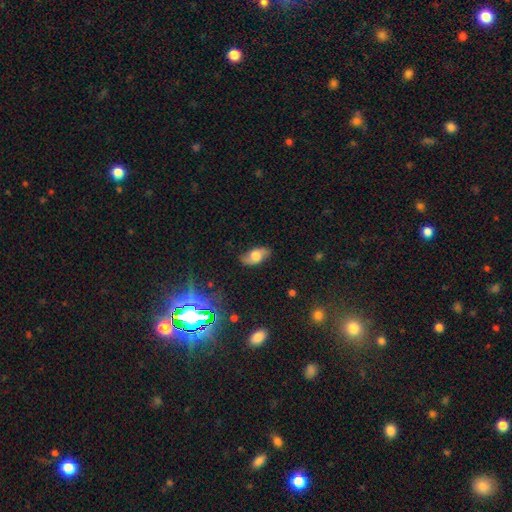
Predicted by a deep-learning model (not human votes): smooth_or_featured: smooth (p=0.56) [alt: featured or disk p=0.34]
how_rounded: in between (p=0.89) [alt: round p=0.06]
merging: none (p=0.80) [alt: minor disturbance p=0.15]